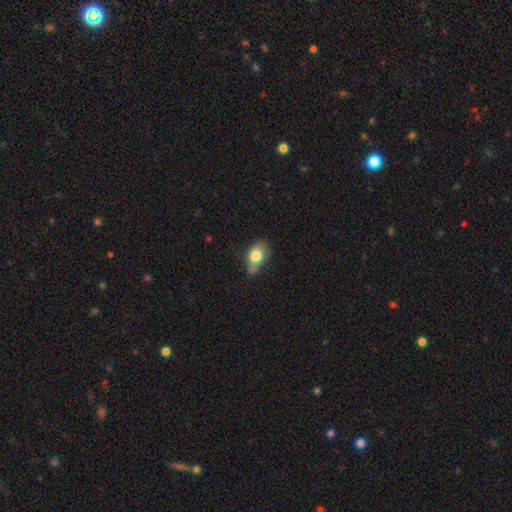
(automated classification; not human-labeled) Smooth or featured? smooth (76%)
How rounded? in between (85%)
Merging? none (50%)